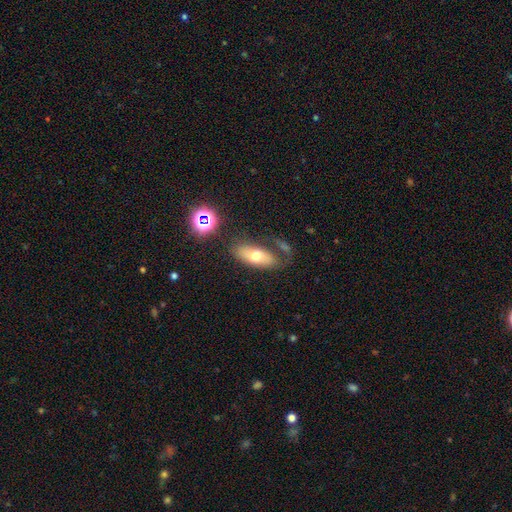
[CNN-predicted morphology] A smooth galaxy with no disk features (64%) that is in between round and cigar-shaped (82%). Merging: none (64%).